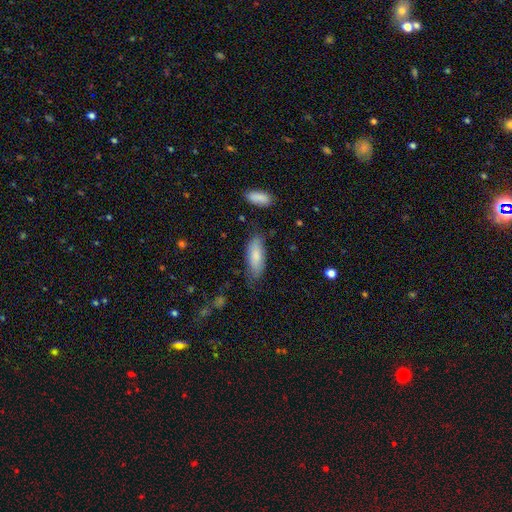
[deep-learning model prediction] Smooth or featured?
  - smooth: 81% *
  - featured or disk: 13%
  - star or artifact: 6%
How rounded?
  - in between: 65% *
  - cigar-shaped: 33%
  - round: 2%
Merging?
  - none: 68% *
  - minor disturbance: 24%
  - major disturbance: 5%
  - merger: 3%